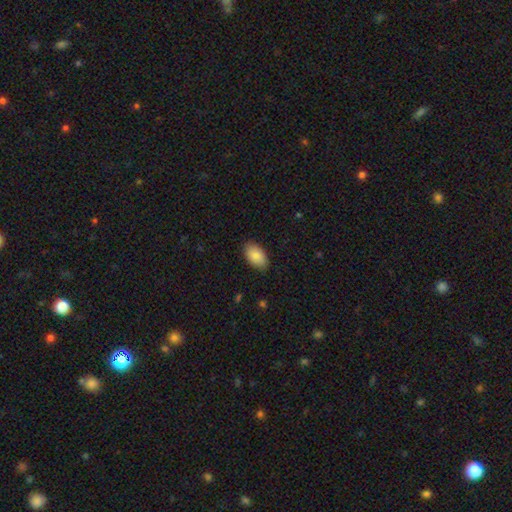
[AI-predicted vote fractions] This is clearly a smooth galaxy (86%). How rounded: clearly in between (94%). Merging: clearly none (85%).